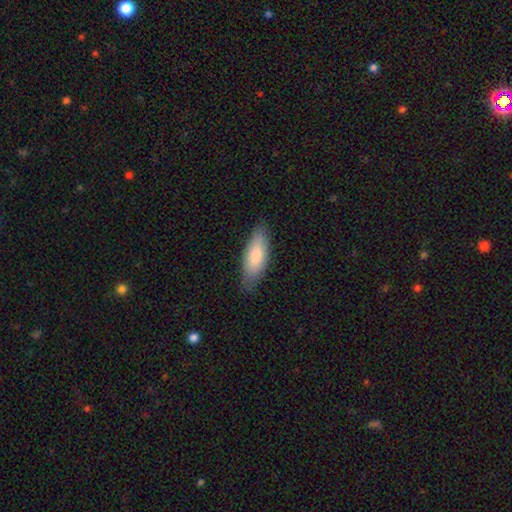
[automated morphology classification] smooth_or_featured: smooth (p=0.80) [alt: featured or disk p=0.15]
how_rounded: in between (p=0.71) [alt: cigar-shaped p=0.28]
merging: none (p=0.80) [alt: minor disturbance p=0.16]